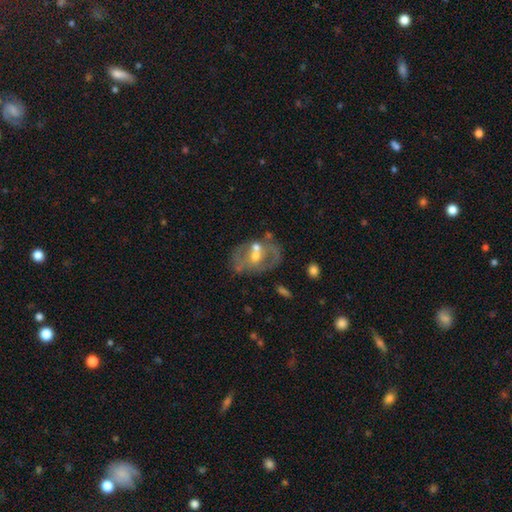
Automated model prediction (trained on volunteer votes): This appears to be a featured or disk galaxy (63%) with no bar (62%), no spiral arms (68%) and a moderate central bulge (61%). Merging: none (48%).